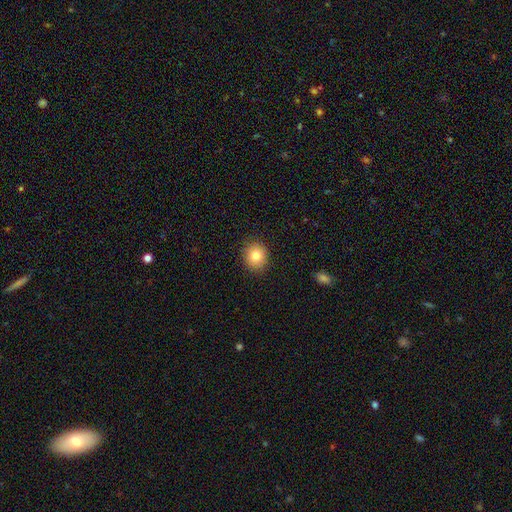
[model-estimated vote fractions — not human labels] A smooth galaxy with no disk features (81%) that is round (79%).

Vote fractions:
- Smooth or featured? smooth: 81% / star or artifact: 10% / featured or disk: 9%
- How rounded? round: 79% / in between: 20% / cigar-shaped: 1%
- Merging? none: 89% / minor disturbance: 8% / major disturbance: 2% / merger: 1%